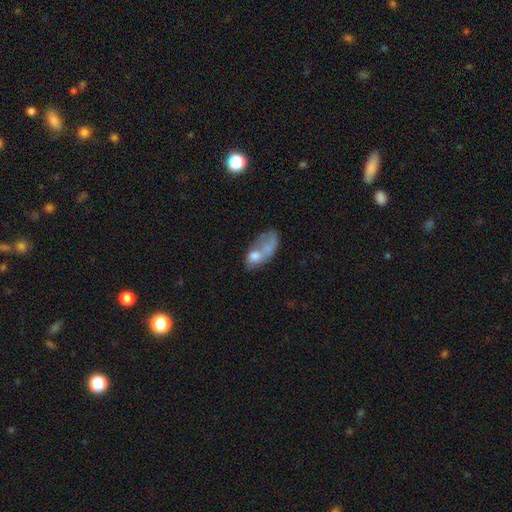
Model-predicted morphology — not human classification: This appears to be a smooth galaxy with no disk features (46%). Merging: merger (31%).